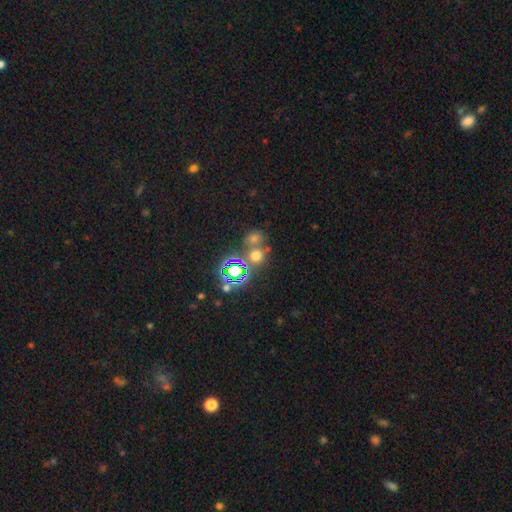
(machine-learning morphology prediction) Overall: smooth (55%; star or artifact 37%). How rounded: round (80%). Merging: none (59%; merger 29%).